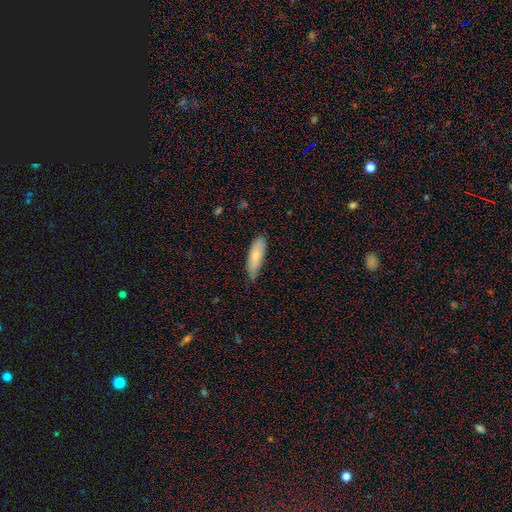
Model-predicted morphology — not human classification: A smooth galaxy with no disk features (79%) that is in between round and cigar-shaped (54%).

Vote fractions:
- Smooth or featured? smooth: 79% / featured or disk: 16% / star or artifact: 6%
- How rounded? in between: 54% / cigar-shaped: 44% / round: 2%
- Merging? none: 71% / minor disturbance: 25% / major disturbance: 3% / merger: 1%